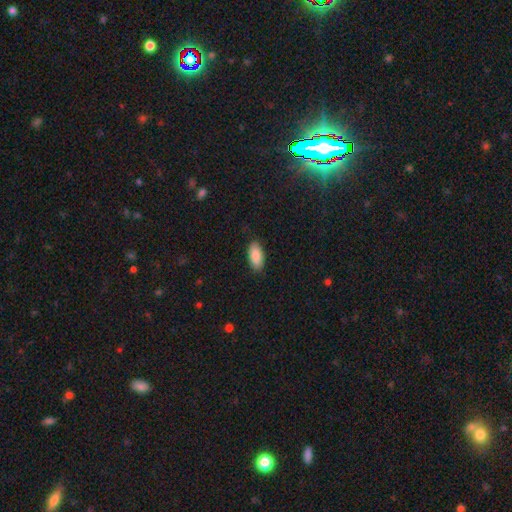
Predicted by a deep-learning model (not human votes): This is clearly a smooth galaxy (89%). How rounded: clearly in between (90%). Merging: clearly none (88%).